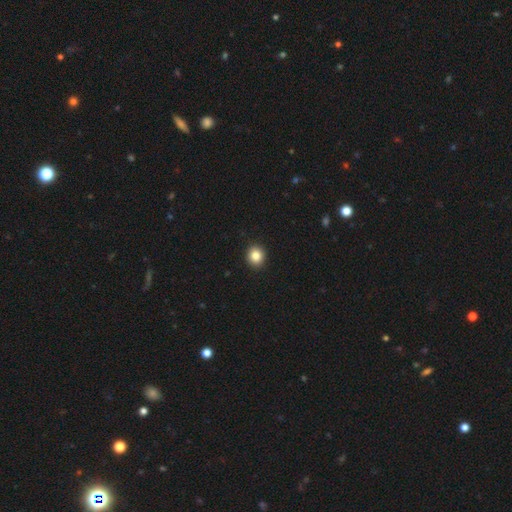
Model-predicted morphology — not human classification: A smooth galaxy with no disk features (85%) that is round (82%). Merging: none (93%).